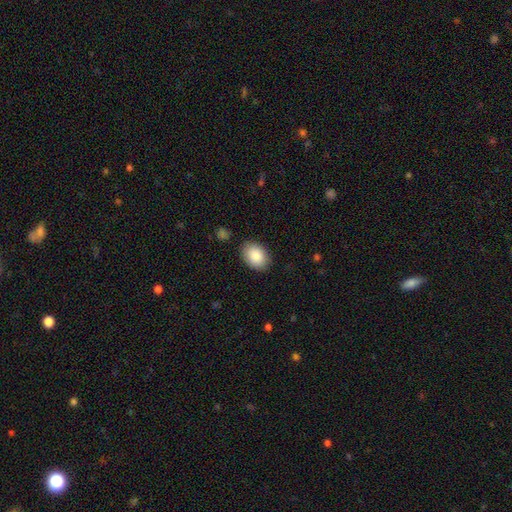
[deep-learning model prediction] Overall: smooth (87%). How rounded: in between (81%). Merging: none (86%).